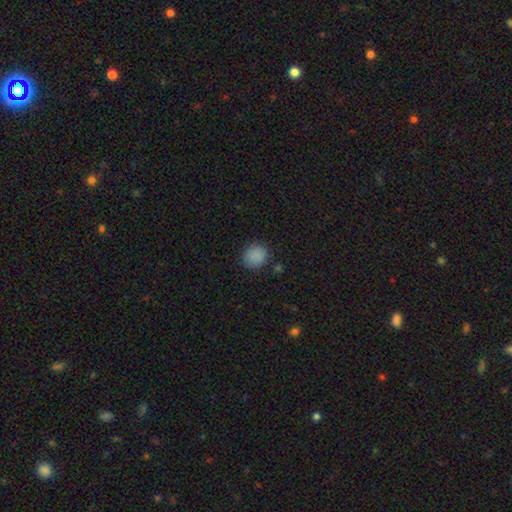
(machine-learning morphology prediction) Smooth or featured: smooth — 87% (star or artifact — 10%)
How rounded: round — 83% (in between — 16%)
Merging: none — 86% (minor disturbance — 9%)